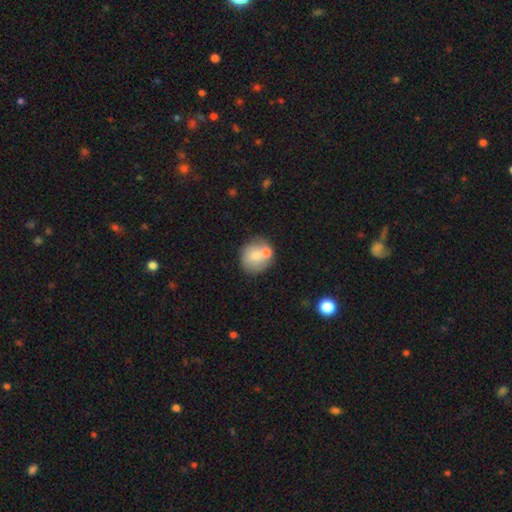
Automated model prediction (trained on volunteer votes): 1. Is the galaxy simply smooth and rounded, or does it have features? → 70% smooth, 22% featured or disk, 8% star or artifact.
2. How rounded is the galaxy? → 83% round, 16% in between, 1% cigar-shaped.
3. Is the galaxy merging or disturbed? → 50% none, 31% merger, 14% minor disturbance, 5% major disturbance.